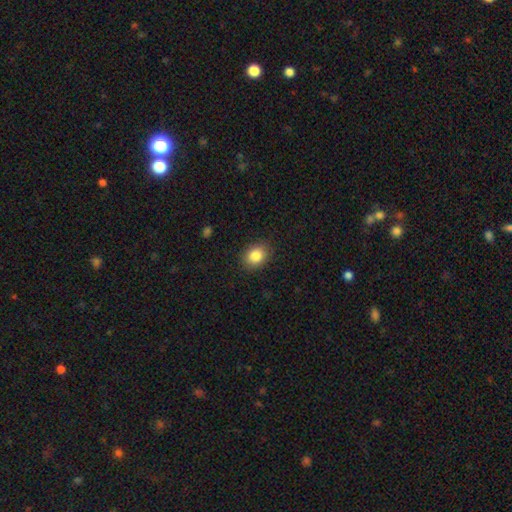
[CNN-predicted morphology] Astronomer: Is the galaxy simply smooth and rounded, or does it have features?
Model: smooth — 85%.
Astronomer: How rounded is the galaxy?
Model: in between — 58% (runner-up: round, 41%).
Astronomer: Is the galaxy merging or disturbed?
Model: none — 86%.